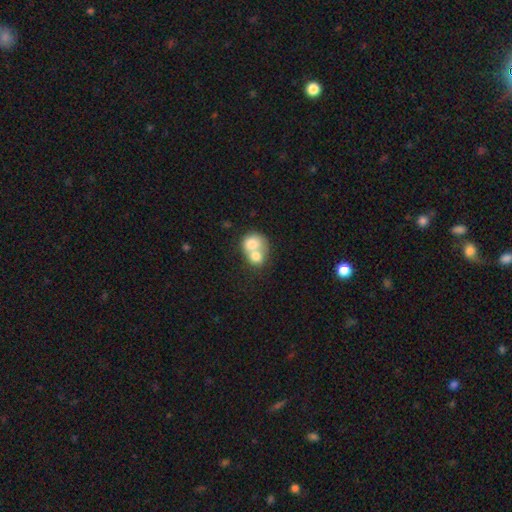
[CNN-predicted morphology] Smooth or featured? smooth (70%)
How rounded? round (66%)
Merging? merger (74%)